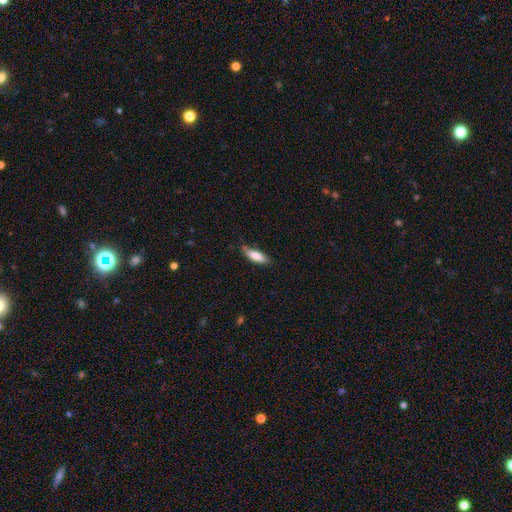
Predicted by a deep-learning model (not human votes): Q: Smooth or featured?
A: smooth (79%); runner-up: featured or disk (14%)
Q: How rounded?
A: in between (53%); runner-up: cigar-shaped (45%)
Q: Merging?
A: none (70%); runner-up: minor disturbance (24%)